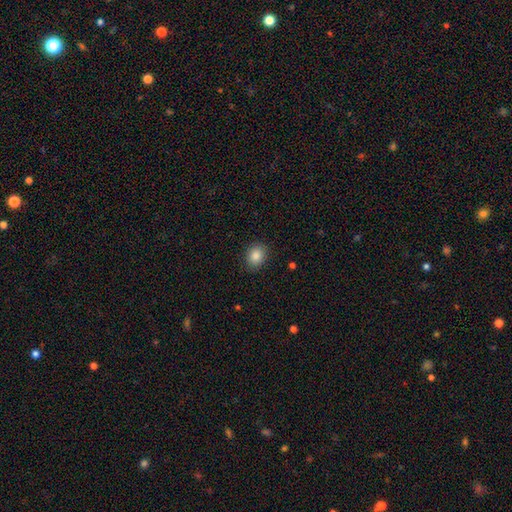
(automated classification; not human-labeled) Overall: smooth (86%). How rounded: round (51%; in between 48%). Merging: none (87%).